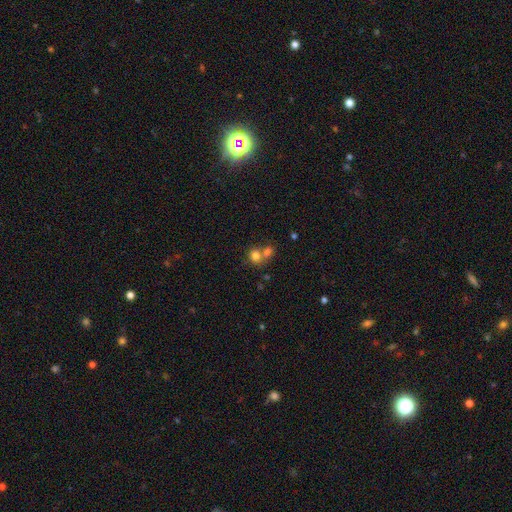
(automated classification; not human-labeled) Smooth or featured? smooth (77%)
How rounded? round (78%)
Merging? merger (53%)